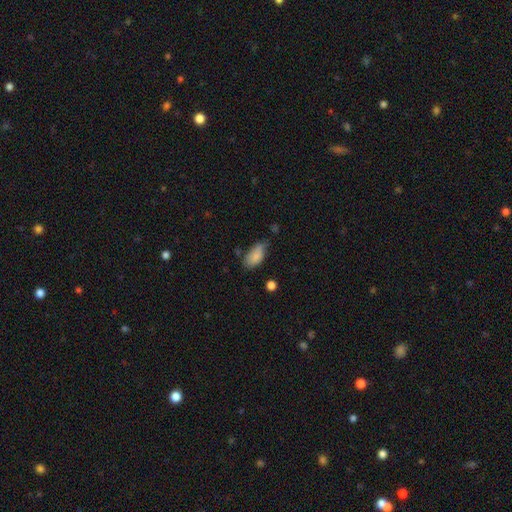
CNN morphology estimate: Smooth or featured? smooth (84%)
How rounded? in between (92%)
Merging? none (49%)